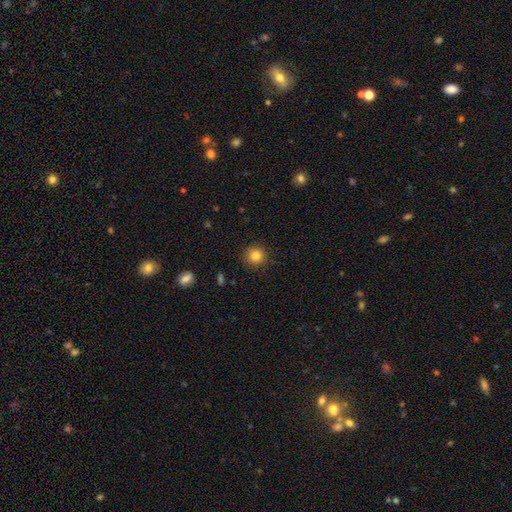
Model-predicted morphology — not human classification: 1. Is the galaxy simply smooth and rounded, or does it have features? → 83% smooth, 11% star or artifact, 6% featured or disk.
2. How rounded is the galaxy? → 94% round, 5% in between, 1% cigar-shaped.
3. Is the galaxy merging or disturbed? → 91% none, 6% minor disturbance, 2% major disturbance, 1% merger.